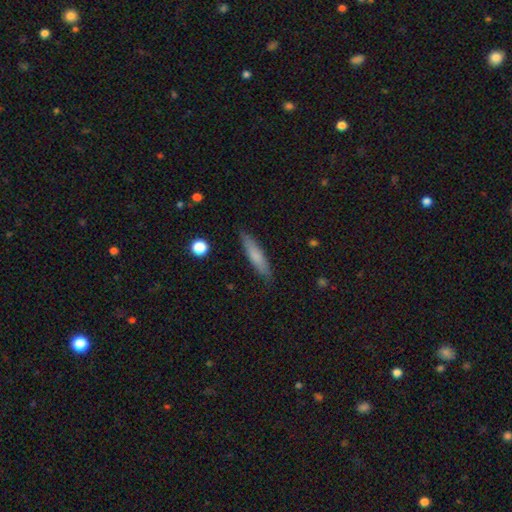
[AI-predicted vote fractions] Morphology: type=smooth (73%); roundness=cigar-shaped (84%); merging=none (86%).